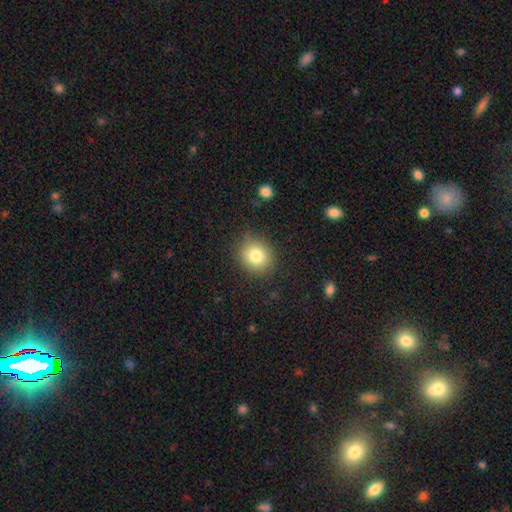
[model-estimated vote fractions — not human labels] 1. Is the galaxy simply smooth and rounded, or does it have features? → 80% smooth, 11% star or artifact, 9% featured or disk.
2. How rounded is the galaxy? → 79% round, 20% in between, 1% cigar-shaped.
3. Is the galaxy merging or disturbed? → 85% none, 10% minor disturbance, 3% major disturbance, 1% merger.